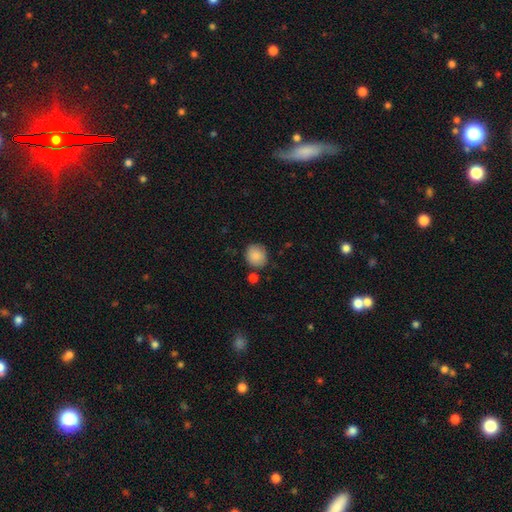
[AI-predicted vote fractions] The model was most divided on "how rounded": round: 81%, in between: 18%, cigar-shaped: 1%. More confident: smooth or featured — smooth (87%); merging — none (77%).